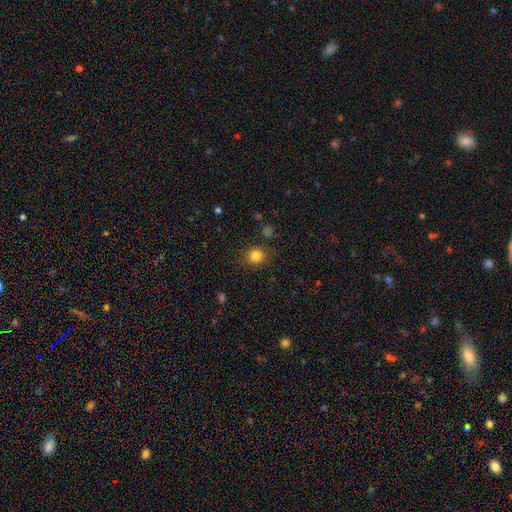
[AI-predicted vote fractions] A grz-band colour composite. It shows a smooth galaxy with no disk features (82%) that is round (84%). Merging: none (87%).